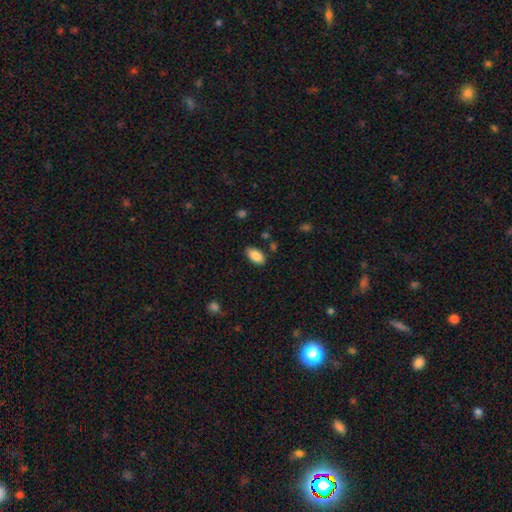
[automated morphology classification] smooth 87%, star or artifact 7%, featured or disk 6%. Down the decision tree: how rounded — in between (94%); merging — none (85%).